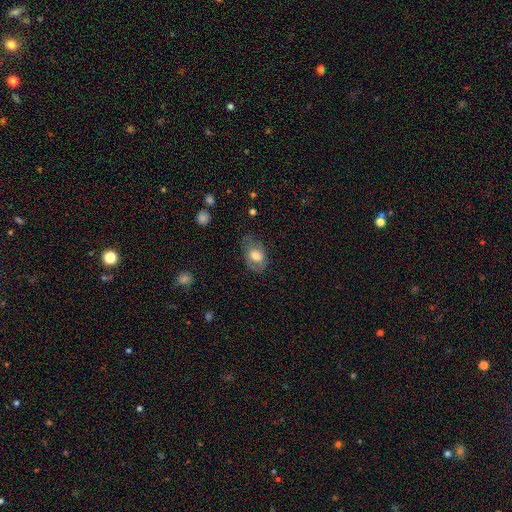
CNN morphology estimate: Smooth or featured: smooth — 64% (featured or disk — 29%)
How rounded: in between — 83% (round — 16%)
Merging: none — 61% (minor disturbance — 25%)